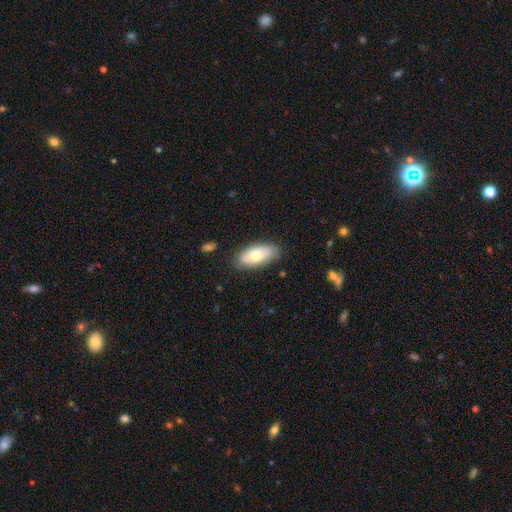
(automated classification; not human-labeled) Q: Smooth or featured?
A: smooth (65%); runner-up: featured or disk (29%)
Q: How rounded?
A: in between (89%); runner-up: cigar-shaped (7%)
Q: Merging?
A: none (82%); runner-up: minor disturbance (14%)